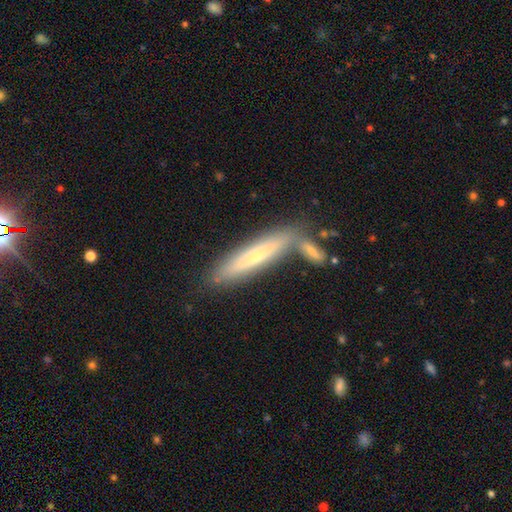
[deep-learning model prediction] This is possibly a smooth galaxy (53%). How rounded: clearly cigar-shaped (84%). Merging: likely none (60%).